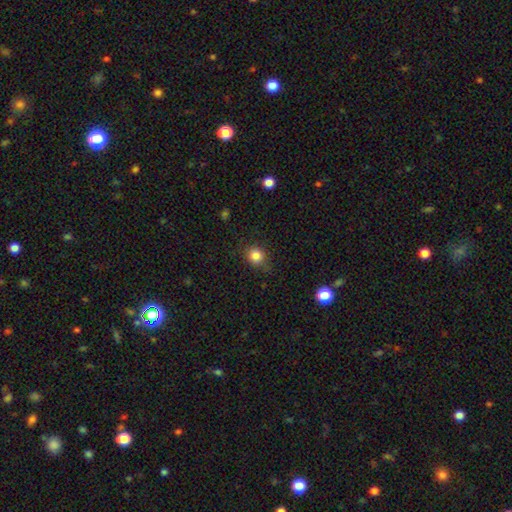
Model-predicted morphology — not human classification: This appears to be a smooth galaxy with no disk features (82%) that is round (82%). Merging: none (80%).